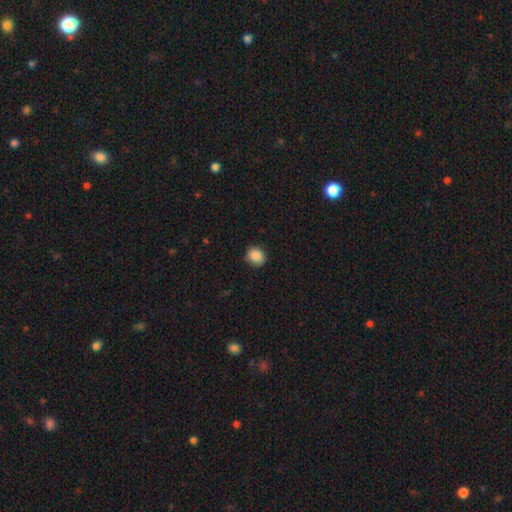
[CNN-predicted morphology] smooth-or-featured: smooth: 88% | star or artifact: 9% | featured or disk: 3%
  how-rounded: round: 70% | in between: 29% | cigar-shaped: 1%
  merging: none: 83% | minor disturbance: 13% | major disturbance: 3% | merger: 1%